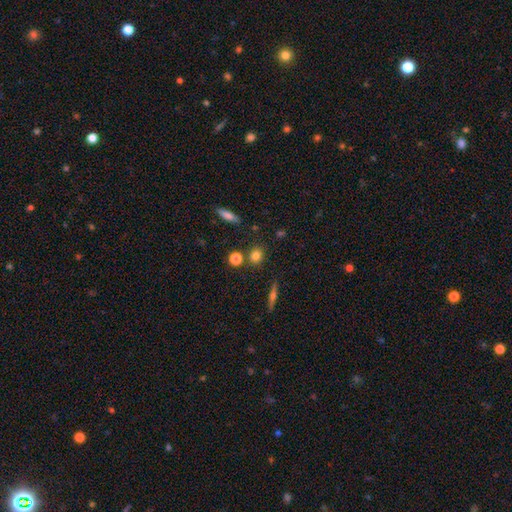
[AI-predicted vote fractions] Overall: smooth (79%). How rounded: round (78%). Merging: none (80%).